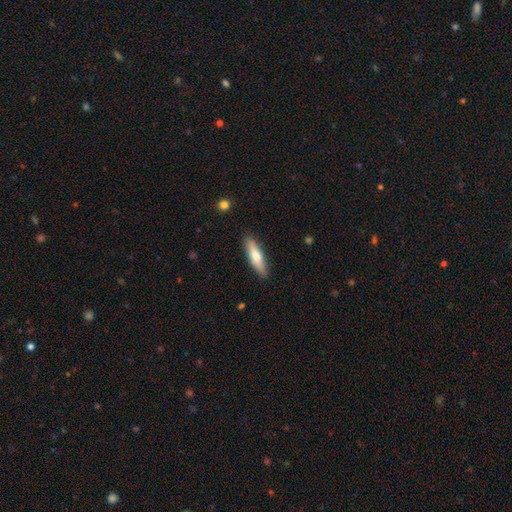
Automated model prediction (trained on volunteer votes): smooth 68%, featured or disk 27%, star or artifact 5%. Down the decision tree: how rounded — cigar-shaped (70%); merging — none (87%).